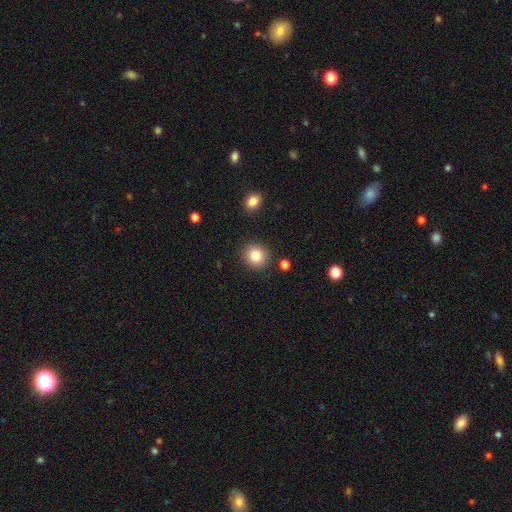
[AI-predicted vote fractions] smooth 84%, star or artifact 10%, featured or disk 6%. Down the decision tree: how rounded — round (86%); merging — none (88%).